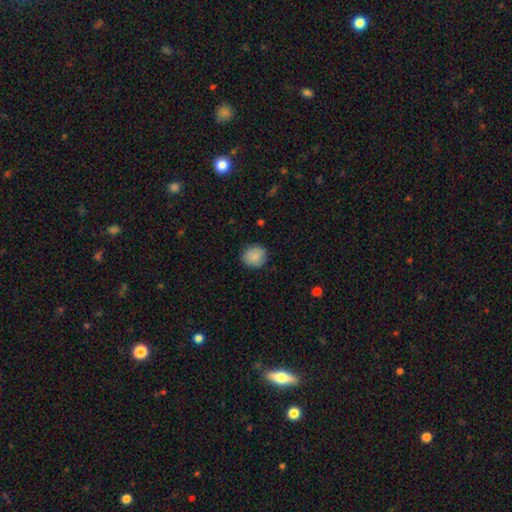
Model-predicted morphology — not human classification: A smooth galaxy with no disk features (86%) that is round (80%). Merging: none (84%).